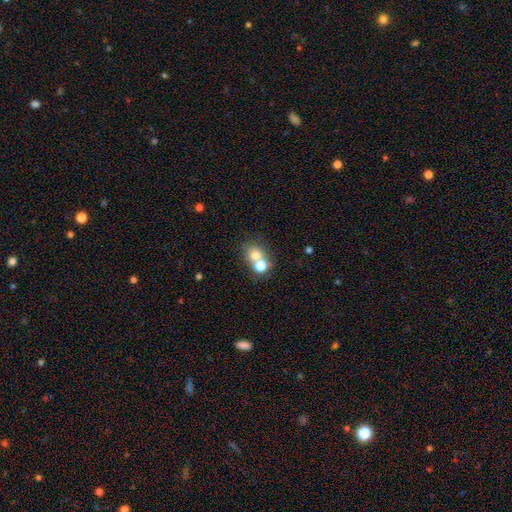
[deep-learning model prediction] Q: Smooth or featured?
A: smooth (71%); runner-up: featured or disk (14%)
Q: How rounded?
A: round (76%); runner-up: in between (23%)
Q: Merging?
A: merger (50%); runner-up: none (40%)